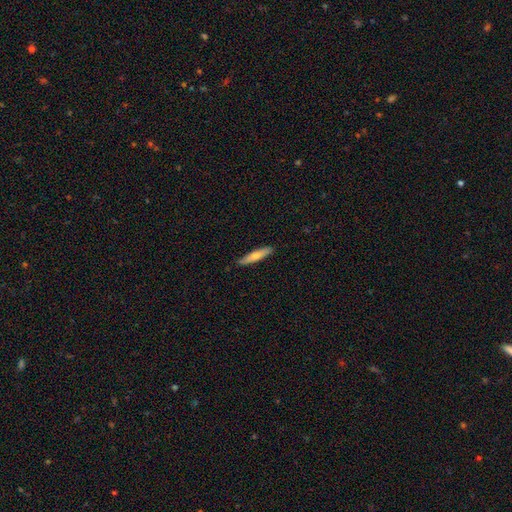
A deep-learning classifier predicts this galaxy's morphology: type=smooth (67%); roundness=cigar-shaped (87%); merging=none (88%).